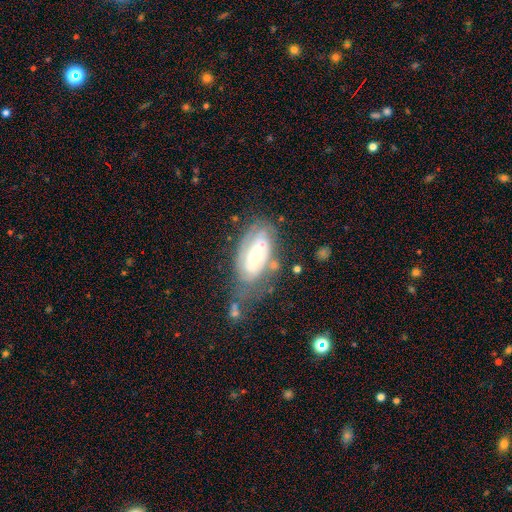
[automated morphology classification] Overall: featured or disk (74%). Edge-on disk: no (93%). Bar: no (42%; weak 35%). Spiral arms: yes (78%). Spiral arm count: 2 (42%; can't tell 40%). Spiral winding: tight (60%; medium 30%). Bulge size: moderate (48%; small 46%). Merging: none (49%; minor disturbance 27%).